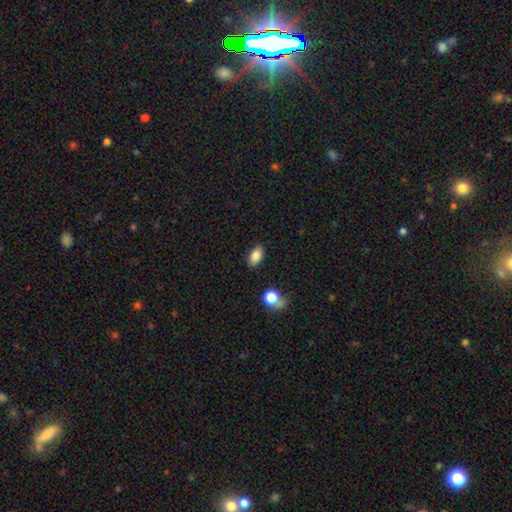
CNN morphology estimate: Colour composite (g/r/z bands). It shows a smooth galaxy with no disk features (84%) that is in between round and cigar-shaped (90%). Merging: none (85%).